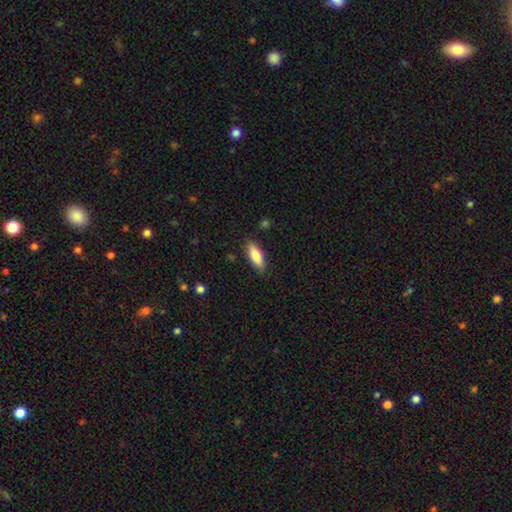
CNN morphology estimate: Smooth or featured: smooth — 83% (featured or disk — 10%)
How rounded: in between — 69% (cigar-shaped — 29%)
Merging: none — 84% (minor disturbance — 12%)